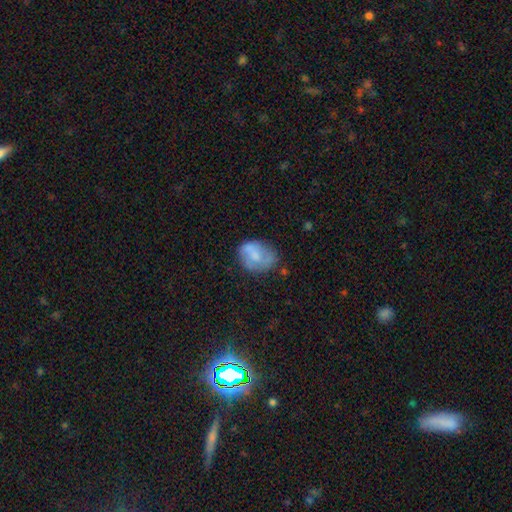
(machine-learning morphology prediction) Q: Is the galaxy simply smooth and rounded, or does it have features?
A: smooth — 57%.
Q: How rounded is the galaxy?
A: in between — 59%.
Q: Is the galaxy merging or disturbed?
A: none — 51%.